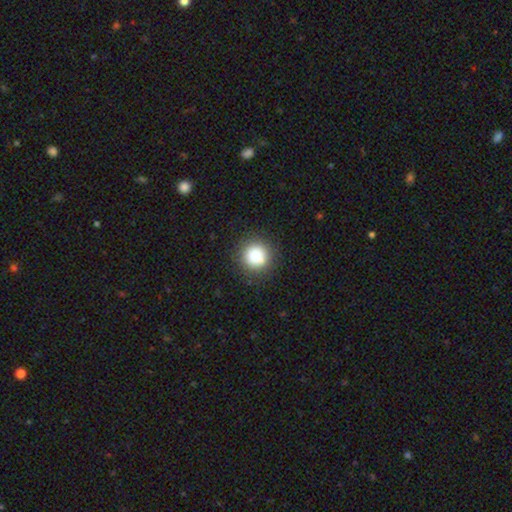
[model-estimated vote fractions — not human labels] A smooth galaxy with no disk features (77%) that is round (95%). Merging: none (84%).